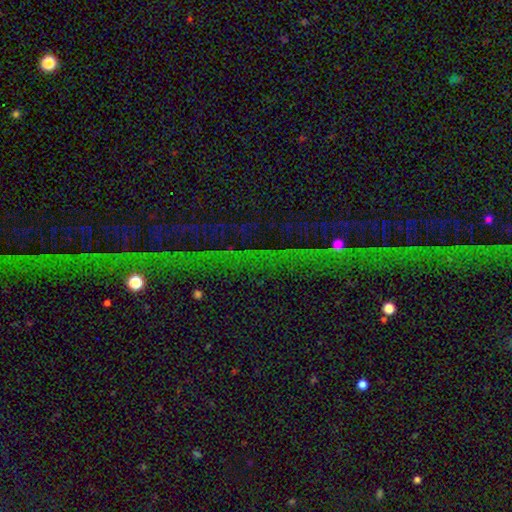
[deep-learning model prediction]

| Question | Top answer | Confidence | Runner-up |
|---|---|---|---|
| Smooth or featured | star or artifact | 83% | featured or disk (10%) |